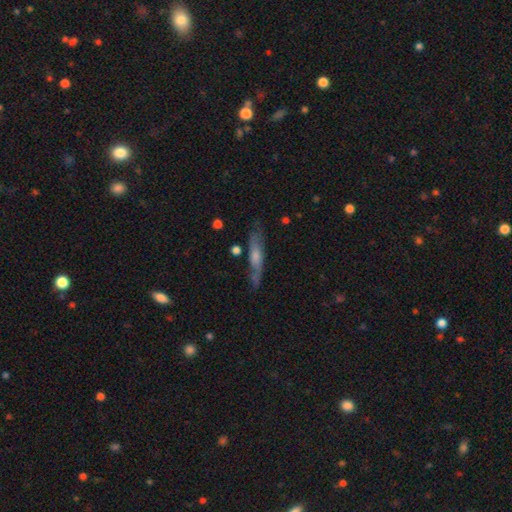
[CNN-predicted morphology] Smooth or featured? featured or disk (48%)
Merging? none (63%)